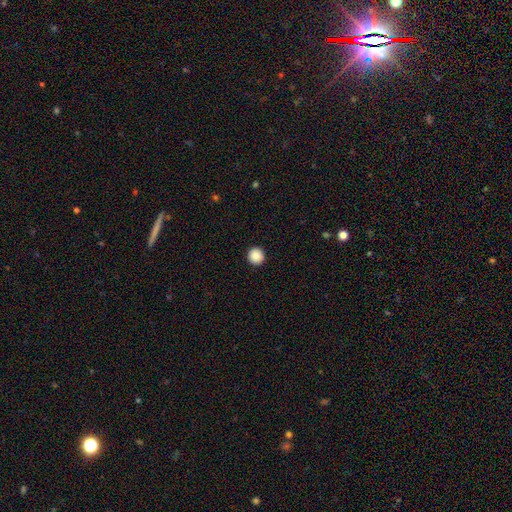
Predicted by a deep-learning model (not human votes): Smooth or featured? Predicted: smooth (p=0.88). How rounded? Predicted: round (p=0.96). Merging? Predicted: none (p=0.94).